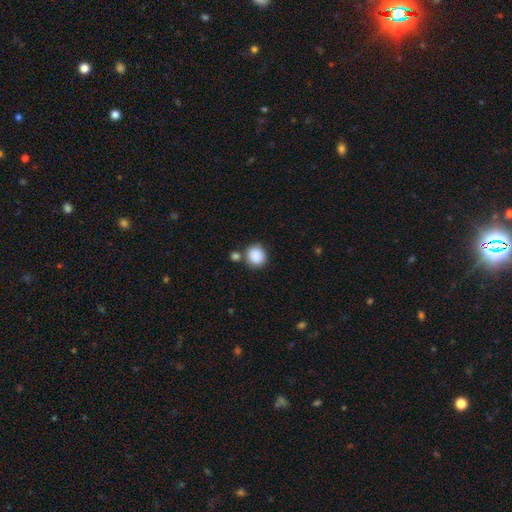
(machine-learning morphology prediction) A smooth galaxy with no disk features (88%) that is round (83%). Merging: none (72%).